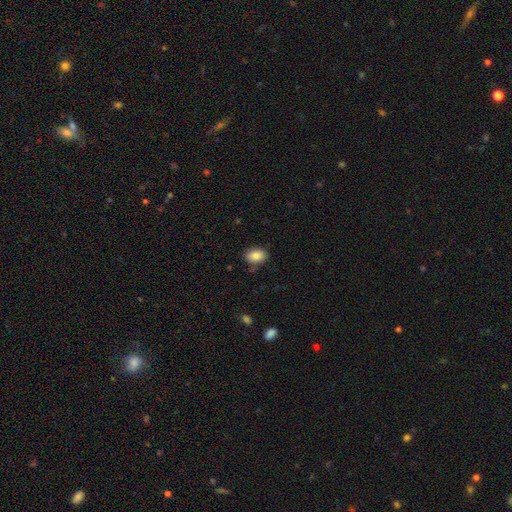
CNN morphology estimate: A smooth galaxy with no disk features (85%) that is in between round and cigar-shaped (85%).

Vote fractions:
- Smooth or featured? smooth: 85% / star or artifact: 8% / featured or disk: 7%
- How rounded? in between: 85% / round: 14% / cigar-shaped: 1%
- Merging? none: 82% / minor disturbance: 13% / major disturbance: 3% / merger: 2%